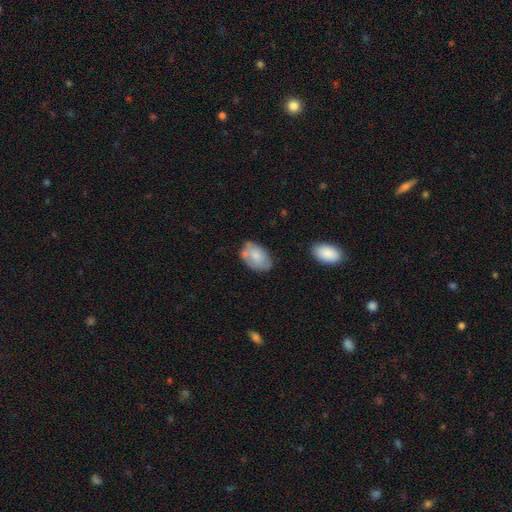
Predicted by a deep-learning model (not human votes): This appears to be a smooth galaxy with no disk features (71%) that is in between round and cigar-shaped (90%). Merging: none (59%).